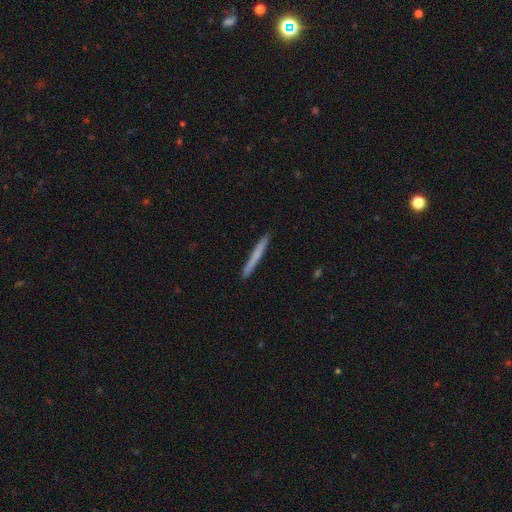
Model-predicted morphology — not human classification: smooth_or_featured: smooth (p=0.63) [alt: featured or disk p=0.31]
how_rounded: cigar-shaped (p=0.97) [alt: in between p=0.02]
merging: none (p=0.92) [alt: minor disturbance p=0.05]